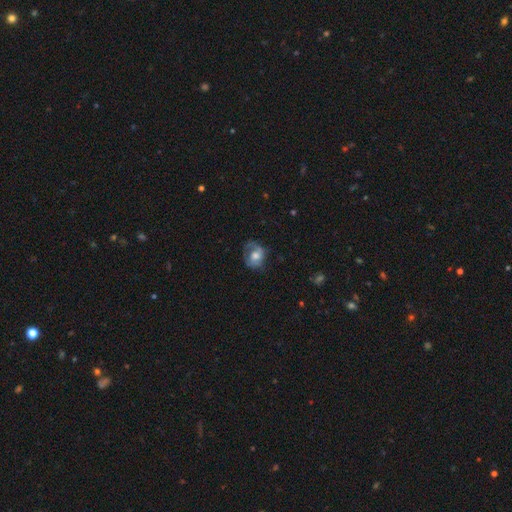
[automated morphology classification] smooth_or_featured: smooth (p=0.47) [alt: featured or disk p=0.45]
merging: none (p=0.46) [alt: minor disturbance p=0.27]